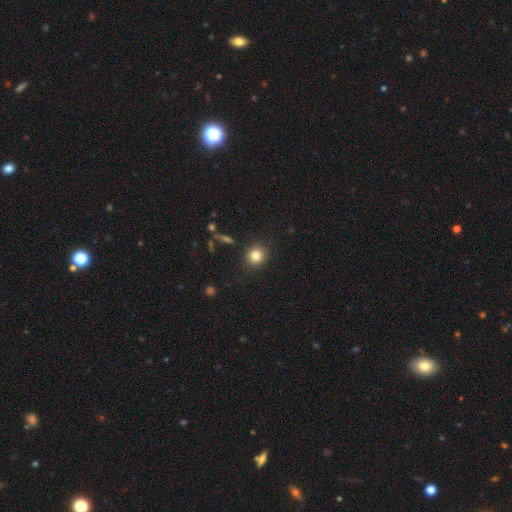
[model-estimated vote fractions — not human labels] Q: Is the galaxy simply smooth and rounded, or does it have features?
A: smooth — 82%.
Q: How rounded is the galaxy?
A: round — 88%.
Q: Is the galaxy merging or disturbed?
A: none — 90%.